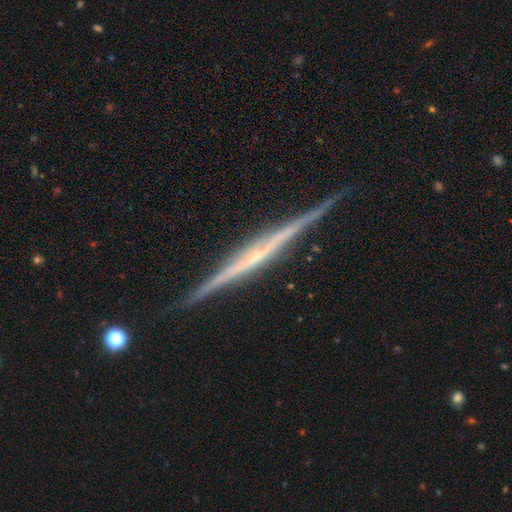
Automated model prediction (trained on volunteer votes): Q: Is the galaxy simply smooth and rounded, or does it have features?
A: featured or disk — 87%.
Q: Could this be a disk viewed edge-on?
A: yes — 99%.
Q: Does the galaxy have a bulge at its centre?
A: rounded — 45%.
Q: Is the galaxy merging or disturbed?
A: none — 90%.